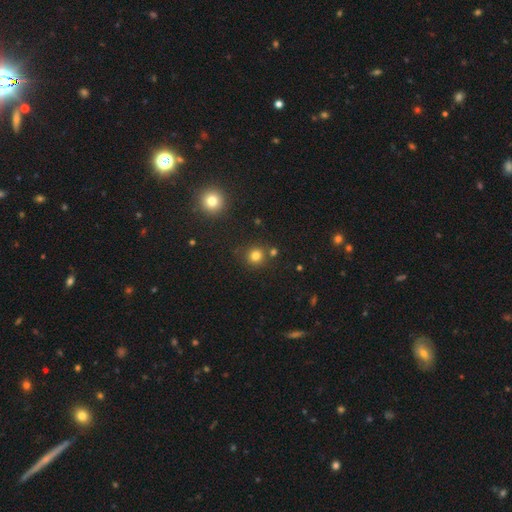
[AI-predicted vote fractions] The model was most divided on "smooth or featured": smooth: 79%, star or artifact: 16%, featured or disk: 6%. More confident: how rounded — round (91%); merging — none (81%).